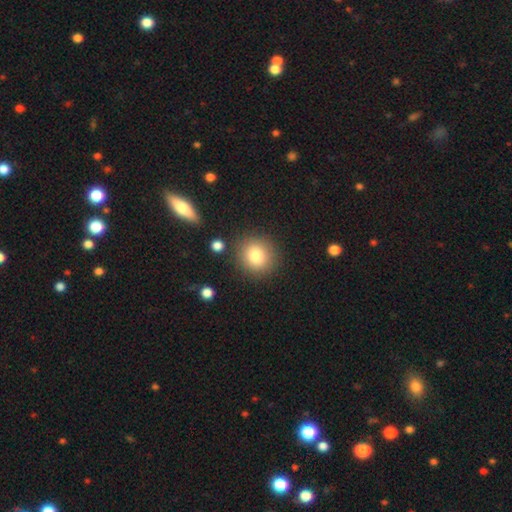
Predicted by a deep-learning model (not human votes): A smooth galaxy with no disk features (82%) that is round (86%). Merging: none (86%).